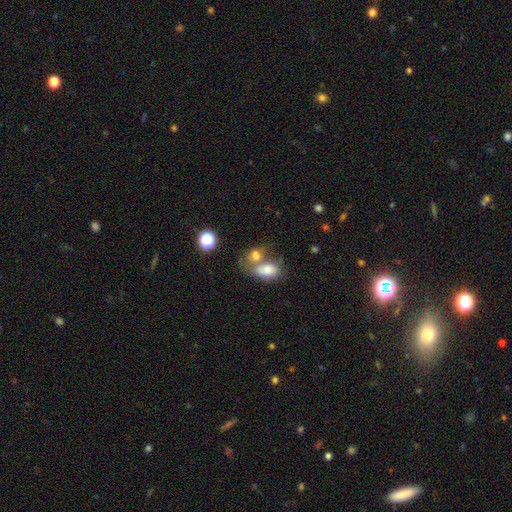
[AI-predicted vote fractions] smooth_or_featured: smooth (p=0.72) [alt: featured or disk p=0.17]
how_rounded: in between (p=0.75) [alt: round p=0.23]
merging: merger (p=0.63) [alt: none p=0.20]